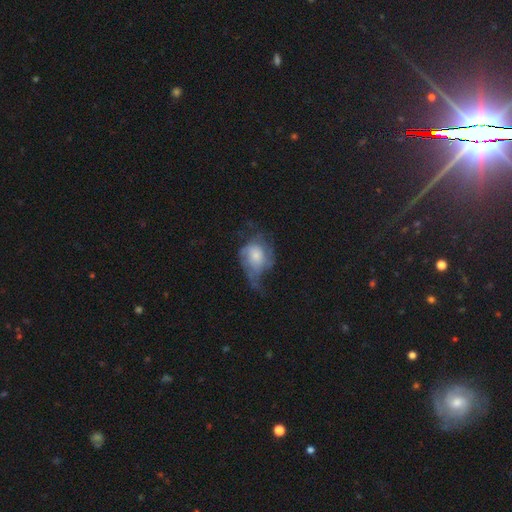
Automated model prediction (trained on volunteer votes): A featured or disk galaxy (60%) with no bar (74%), spiral arms (79%) and a small central bulge (40%). Merging: major disturbance (40%).